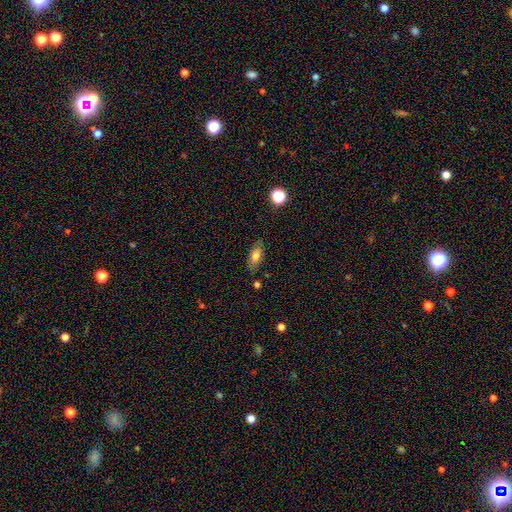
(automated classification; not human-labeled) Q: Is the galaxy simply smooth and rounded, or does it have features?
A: smooth — 69%.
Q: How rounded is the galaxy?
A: in between — 86%.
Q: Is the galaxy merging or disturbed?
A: none — 78%.